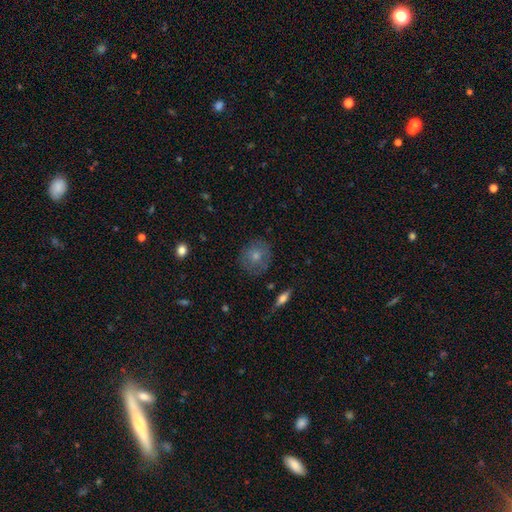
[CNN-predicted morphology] Smooth or featured?
  - smooth: 68% *
  - featured or disk: 24%
  - star or artifact: 8%
How rounded?
  - round: 82% *
  - in between: 17%
  - cigar-shaped: 1%
Merging?
  - none: 78% *
  - minor disturbance: 16%
  - major disturbance: 4%
  - merger: 1%